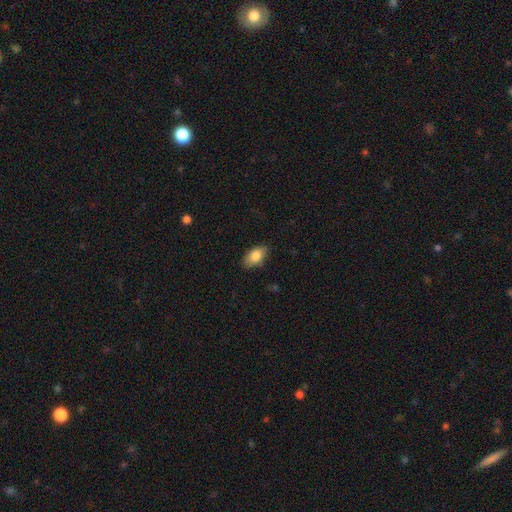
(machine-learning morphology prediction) A smooth galaxy with no disk features (83%) that is in between round and cigar-shaped (91%).

Vote fractions:
- Smooth or featured? smooth: 83% / featured or disk: 10% / star or artifact: 7%
- How rounded? in between: 91% / round: 6% / cigar-shaped: 3%
- Merging? none: 82% / minor disturbance: 14% / major disturbance: 3% / merger: 1%